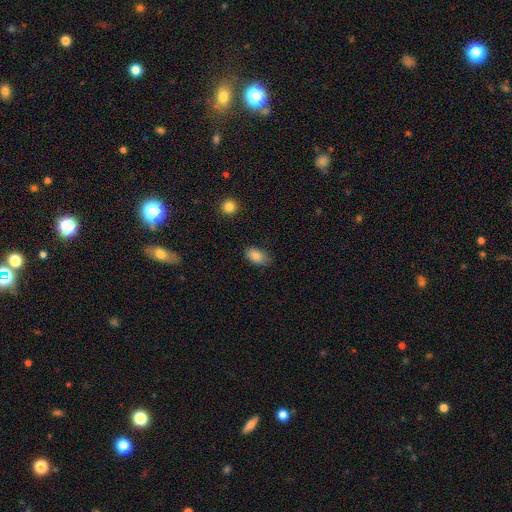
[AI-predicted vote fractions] smooth_or_featured: smooth (p=0.84) [alt: star or artifact p=0.09]
how_rounded: in between (p=0.91) [alt: round p=0.06]
merging: none (p=0.77) [alt: minor disturbance p=0.19]